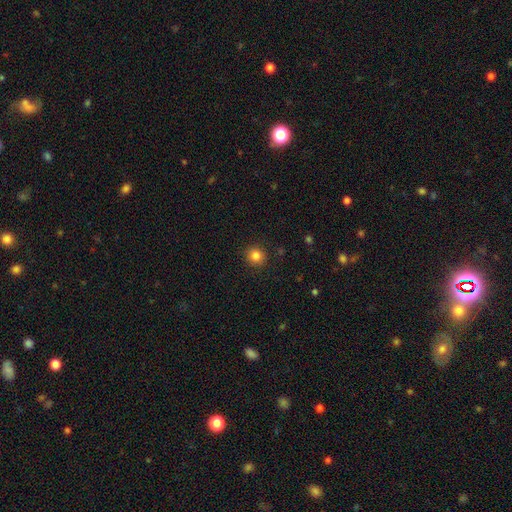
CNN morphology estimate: type=smooth (84%); roundness=round (92%); merging=none (91%).